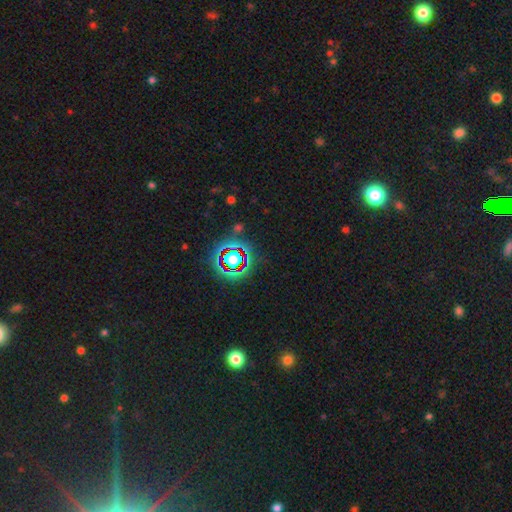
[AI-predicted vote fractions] Smooth or featured: star or artifact — 75% (smooth — 15%)